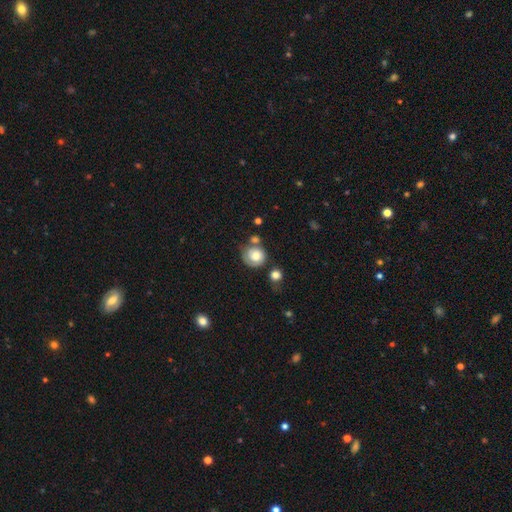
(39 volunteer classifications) Volunteers were most divided on "spiral arm count" (2-way tie): 1: 39%, 2: 39%, can't tell: 22%, 3: 0%, 4: 0%, more than 4: 0%. Remaining: edge-on disk — no (95%); spiral arms — yes (95%); bar — no (79%); spiral winding — tight (72%); merging — none (54%); smooth or featured — featured or disk (51%); bulge size — moderate (42%).